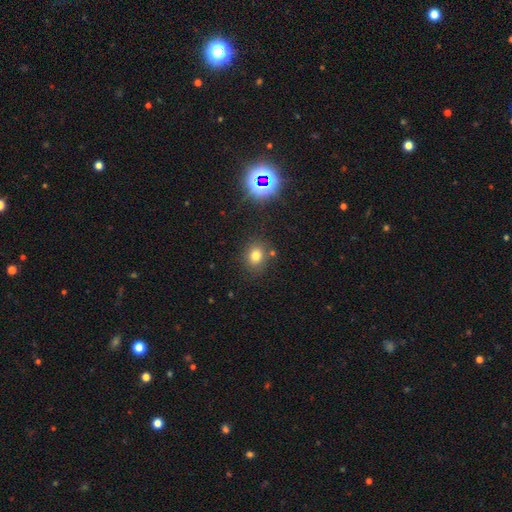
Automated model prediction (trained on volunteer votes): The model was most divided on "how rounded": round: 68%, in between: 31%, cigar-shaped: 1%. More confident: merging — none (79%); smooth or featured — smooth (73%).